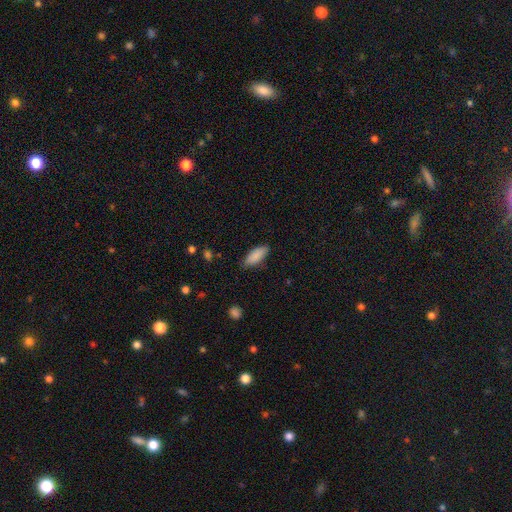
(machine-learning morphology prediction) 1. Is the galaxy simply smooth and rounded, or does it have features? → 89% smooth, 6% star or artifact, 5% featured or disk.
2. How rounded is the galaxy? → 78% in between, 20% cigar-shaped, 2% round.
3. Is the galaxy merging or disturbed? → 82% none, 14% minor disturbance, 3% major disturbance, 1% merger.